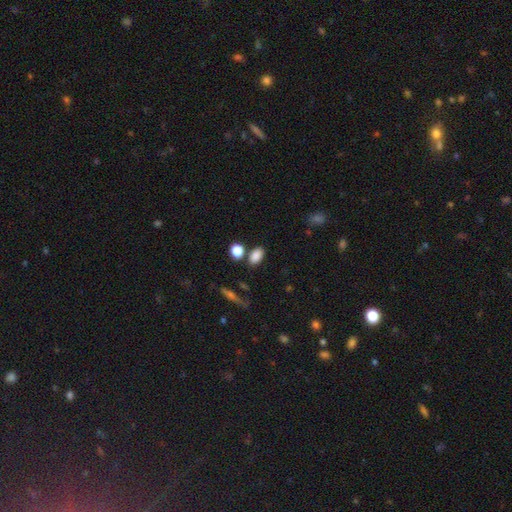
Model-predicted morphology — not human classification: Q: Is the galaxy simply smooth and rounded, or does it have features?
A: smooth — 84%.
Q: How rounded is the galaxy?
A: in between — 86%.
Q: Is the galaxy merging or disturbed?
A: none — 75%.